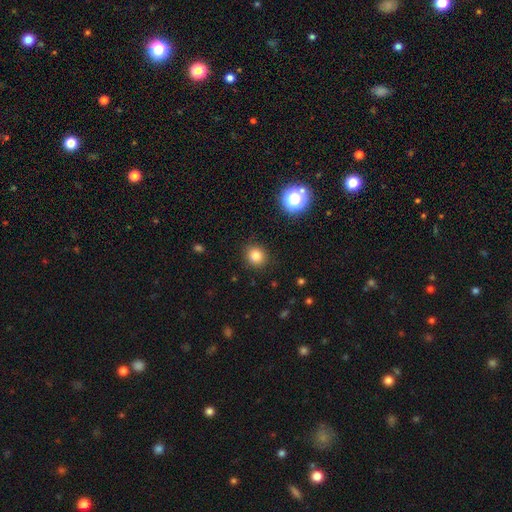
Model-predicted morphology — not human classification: Smooth or featured: smooth — 81% (star or artifact — 13%)
How rounded: round — 78% (in between — 21%)
Merging: none — 89% (minor disturbance — 7%)